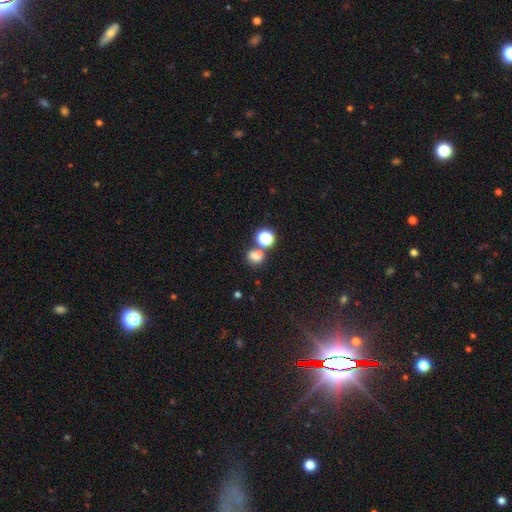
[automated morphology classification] Overall: smooth (71%). How rounded: round (67%; in between 32%). Merging: none (51%; merger 32%).